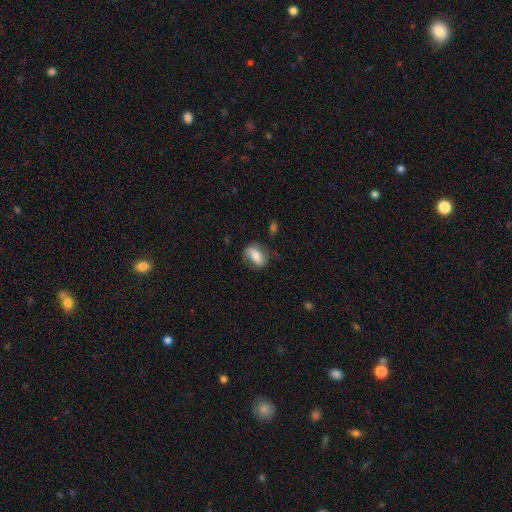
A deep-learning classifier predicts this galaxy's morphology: Smooth or featured: smooth — 58% (featured or disk — 34%)
How rounded: in between — 82% (round — 14%)
Merging: none — 66% (minor disturbance — 23%)